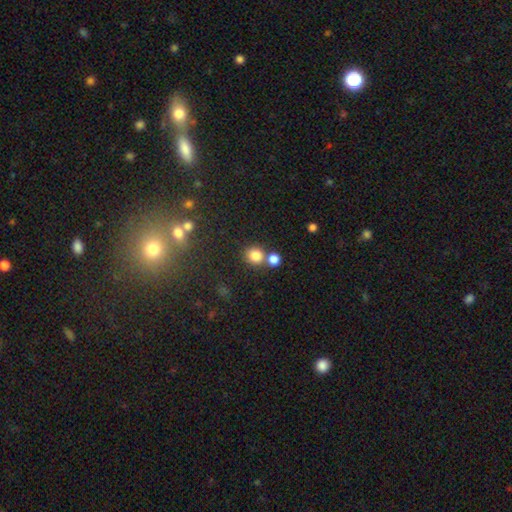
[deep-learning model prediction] smooth 81%, star or artifact 13%, featured or disk 7%. Down the decision tree: how rounded — round (86%); merging — none (62%).